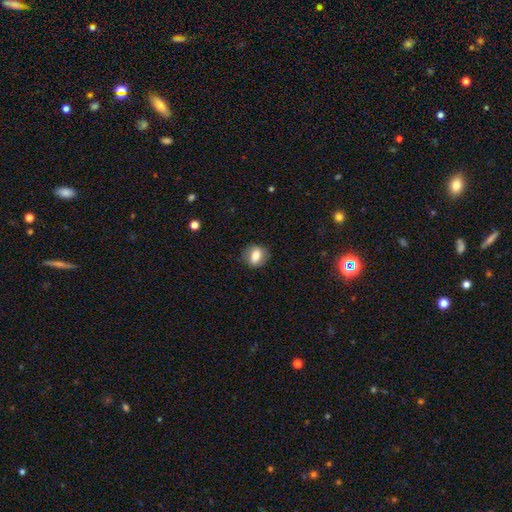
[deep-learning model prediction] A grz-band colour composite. It shows a smooth galaxy with no disk features (75%) that is in between round and cigar-shaped (54%). Merging: none (80%).